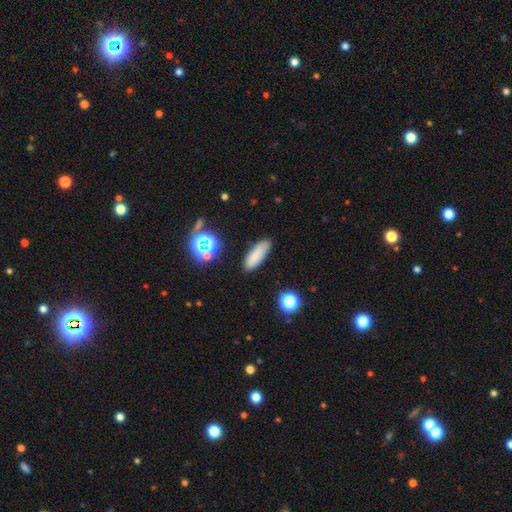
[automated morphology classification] This appears to be a smooth galaxy with no disk features (79%) that is in between round and cigar-shaped (56%). Merging: none (83%).